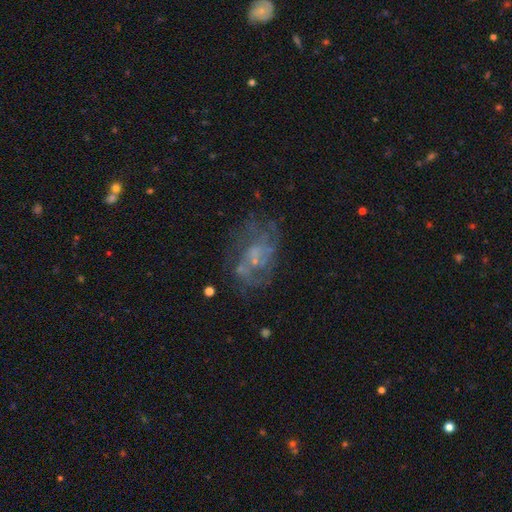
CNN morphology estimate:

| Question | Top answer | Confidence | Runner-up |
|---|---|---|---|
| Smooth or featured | featured or disk | 64% | smooth (21%) |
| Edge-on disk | no | 97% | yes (3%) |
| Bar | no | 73% | weak (23%) |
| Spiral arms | yes | 52% | no (48%) |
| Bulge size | small | 41% | none (39%) |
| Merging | none | 53% | major disturbance (22%) |